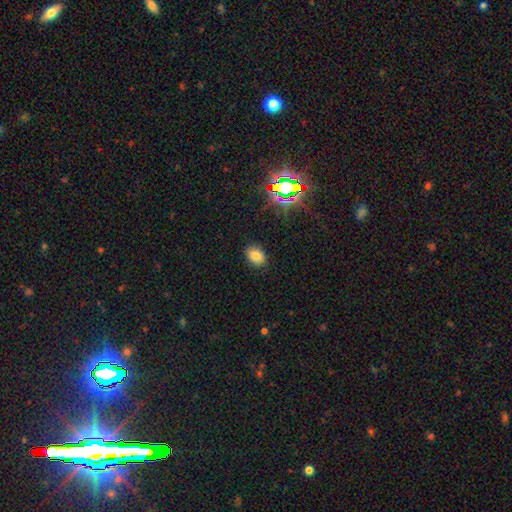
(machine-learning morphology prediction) This appears to be a smooth galaxy with no disk features (78%) that is in between round and cigar-shaped (75%). Merging: none (88%).